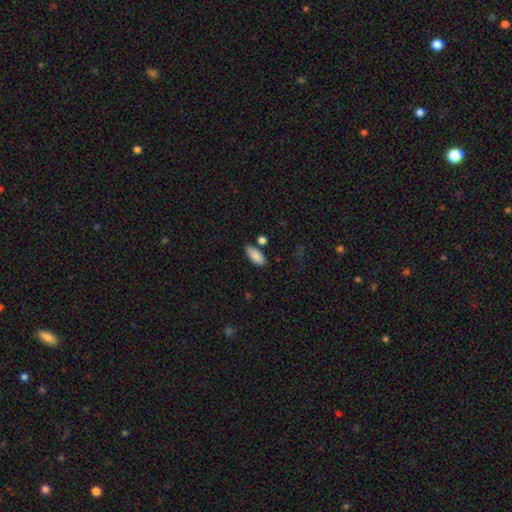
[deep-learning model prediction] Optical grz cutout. It shows a smooth galaxy with no disk features (87%) that is in between round and cigar-shaped (87%). Merging: none (70%).